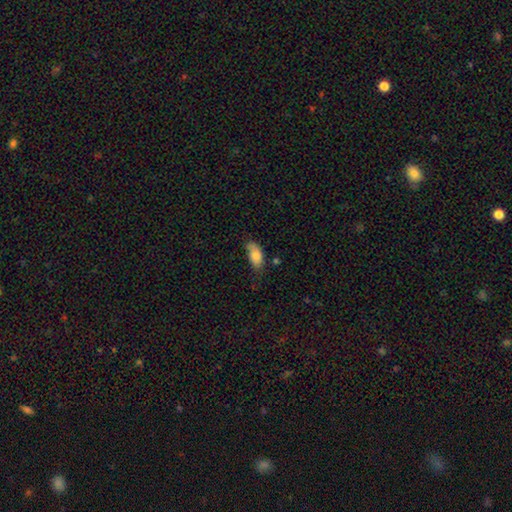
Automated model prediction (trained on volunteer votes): Overall: smooth (77%). How rounded: in between (91%). Merging: none (50%; minor disturbance 35%).